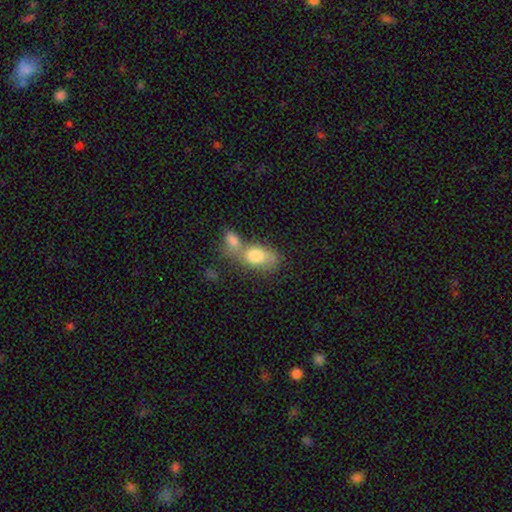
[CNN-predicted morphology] A smooth galaxy with no disk features (77%) that is in between round and cigar-shaped (87%). Merging: merger (57%).